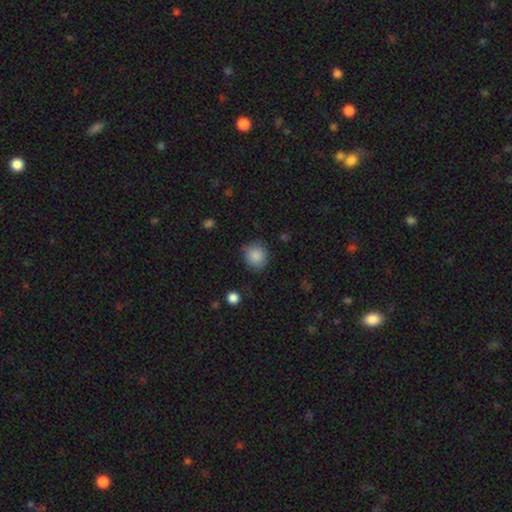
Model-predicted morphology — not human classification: This is clearly a smooth galaxy (87%). How rounded: clearly round (87%). Merging: clearly none (82%).